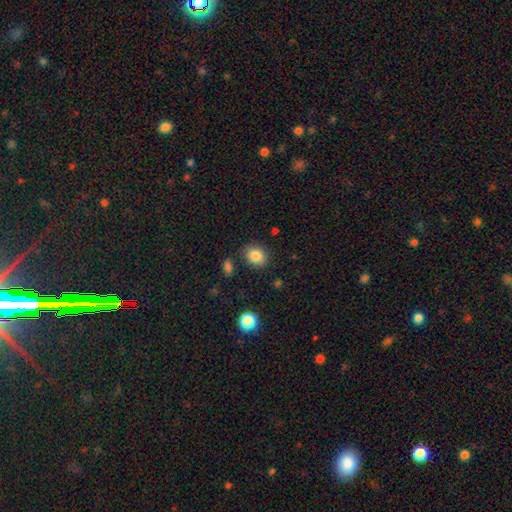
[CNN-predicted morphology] smooth-or-featured: smooth: 85% | star or artifact: 9% | featured or disk: 6%
  how-rounded: in between: 51% | round: 48% | cigar-shaped: 1%
  merging: none: 80% | minor disturbance: 13% | major disturbance: 4% | merger: 4%